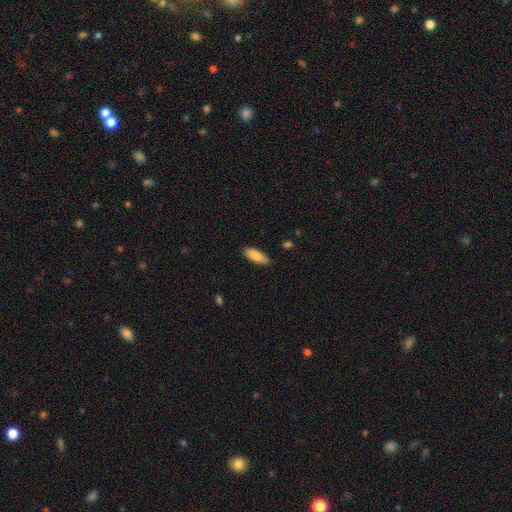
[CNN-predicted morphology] The model was most divided on "how rounded": in between: 76%, cigar-shaped: 22%, round: 2%. More confident: smooth or featured — smooth (87%); merging — none (85%).